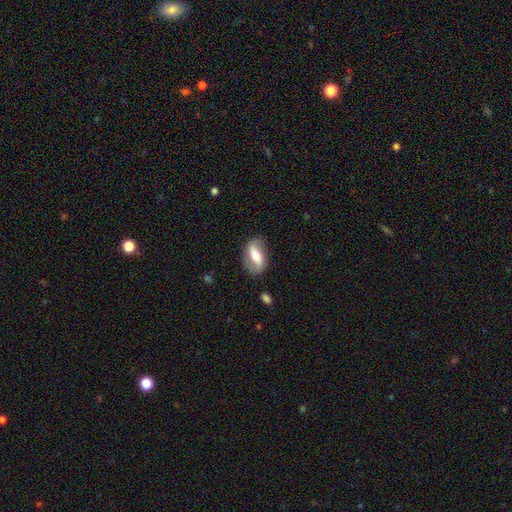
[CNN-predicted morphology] Q: Smooth or featured?
A: featured or disk (65%); runner-up: smooth (28%)
Q: Edge-on disk?
A: no (92%); runner-up: yes (8%)
Q: Bar?
A: strong (50%); runner-up: weak (31%)
Q: Spiral arms?
A: yes (81%); runner-up: no (19%)
Q: Bulge size?
A: moderate (56%); runner-up: small (20%)
Q: Merging?
A: none (77%); runner-up: minor disturbance (16%)